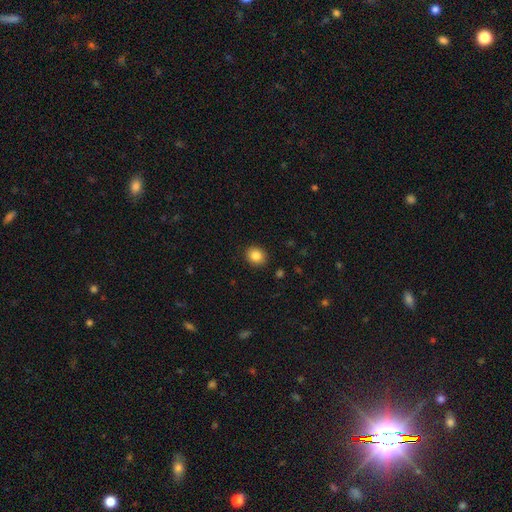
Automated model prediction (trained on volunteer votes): smooth 85%, star or artifact 9%, featured or disk 6%. Down the decision tree: how rounded — round (70%); merging — none (90%).